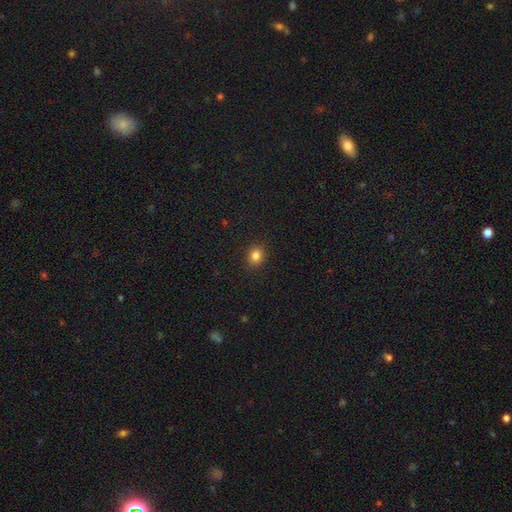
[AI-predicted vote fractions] smooth-or-featured: smooth: 83% | star or artifact: 12% | featured or disk: 5%
  how-rounded: round: 68% | in between: 31% | cigar-shaped: 1%
  merging: none: 90% | minor disturbance: 7% | major disturbance: 2% | merger: 1%